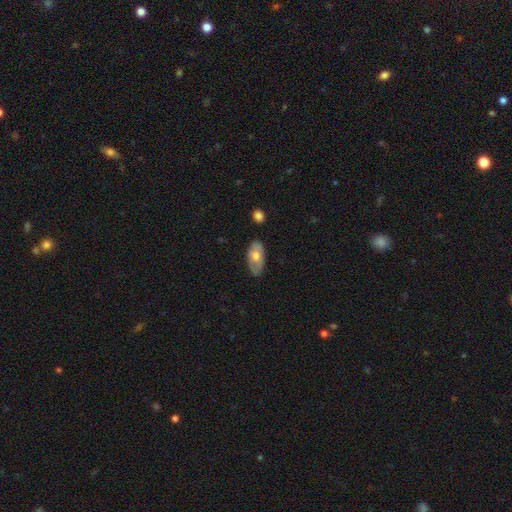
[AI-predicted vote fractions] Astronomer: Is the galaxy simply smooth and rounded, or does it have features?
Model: smooth — 57% (runner-up: featured or disk, 37%).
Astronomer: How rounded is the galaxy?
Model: in between — 91%.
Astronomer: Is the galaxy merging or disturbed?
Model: none — 75%.